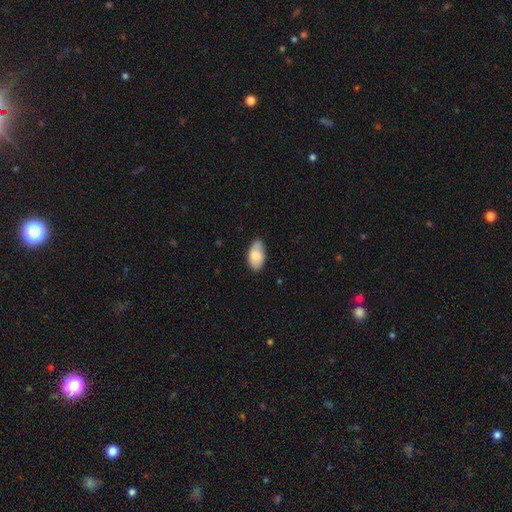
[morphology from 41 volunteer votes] A smooth galaxy with no disk features (80%) that is in between round and cigar-shaped (97%). Merging: none (85%).